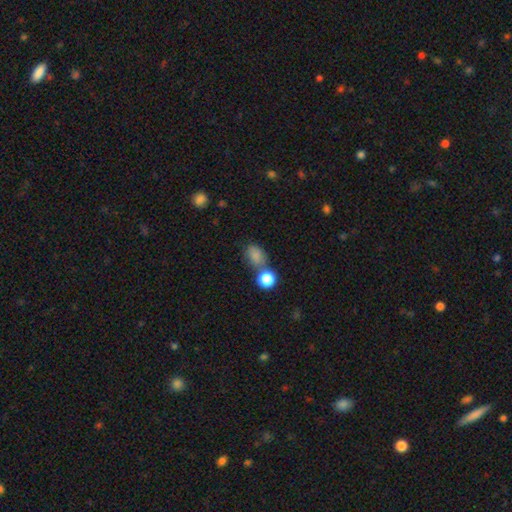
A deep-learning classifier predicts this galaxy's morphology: Overall: smooth (81%). How rounded: in between (70%). Merging: none (52%; merger 25%).